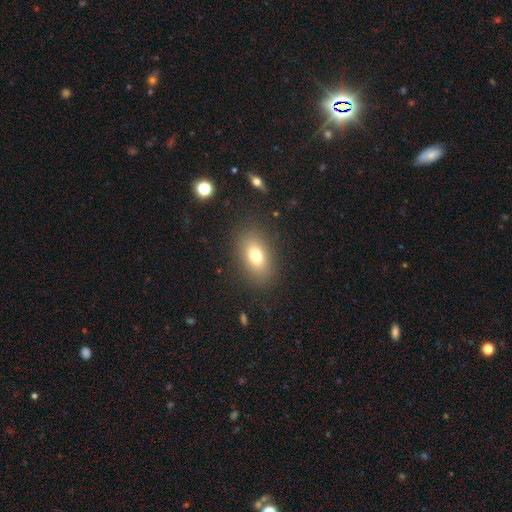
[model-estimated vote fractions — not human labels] A smooth galaxy with no disk features (75%) that is in between round and cigar-shaped (83%).

Vote fractions:
- Smooth or featured? smooth: 75% / featured or disk: 14% / star or artifact: 11%
- How rounded? in between: 83% / round: 14% / cigar-shaped: 3%
- Merging? none: 85% / minor disturbance: 9% / major disturbance: 4% / merger: 1%